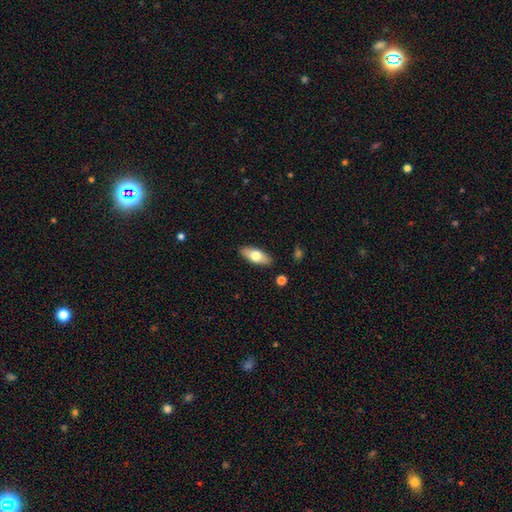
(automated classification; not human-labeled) This is likely a smooth galaxy (68%). How rounded: clearly in between (80%). Merging: clearly none (88%).